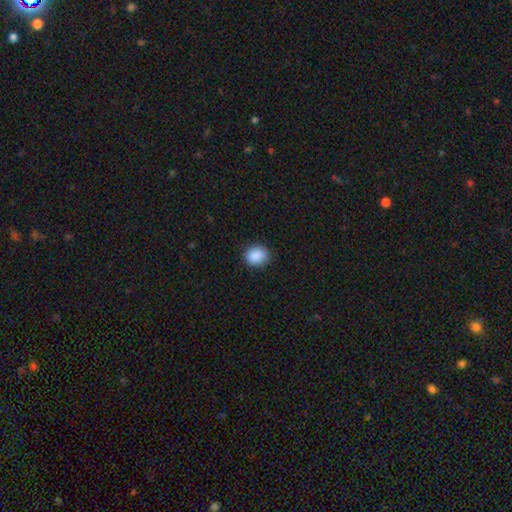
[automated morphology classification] The model was most divided on "how rounded": round: 62%, in between: 37%, cigar-shaped: 1%. More confident: smooth or featured — smooth (89%); merging — none (87%).